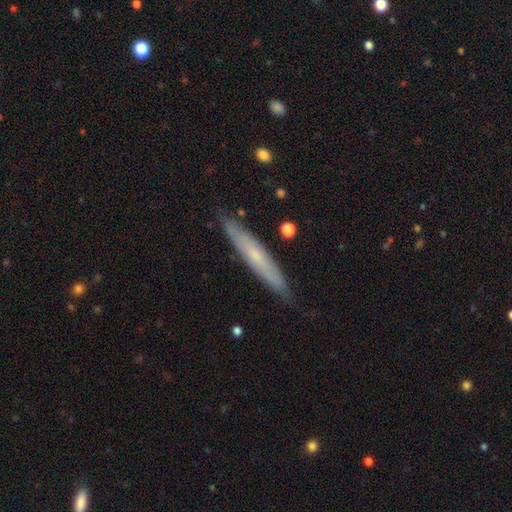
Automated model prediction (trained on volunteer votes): Smooth or featured: featured or disk — 47% (tied with smooth — 47%)
Merging: none — 84% (minor disturbance — 13%)